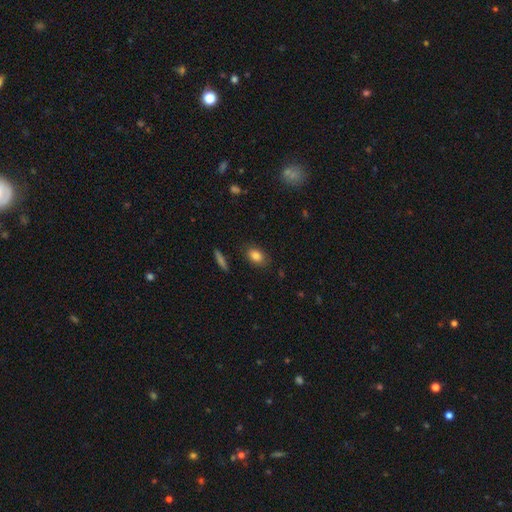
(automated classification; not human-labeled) A smooth galaxy with no disk features (84%) that is in between round and cigar-shaped (83%).

Vote fractions:
- Smooth or featured? smooth: 84% / star or artifact: 8% / featured or disk: 8%
- How rounded? in between: 83% / round: 14% / cigar-shaped: 3%
- Merging? none: 84% / minor disturbance: 12% / major disturbance: 3% / merger: 2%